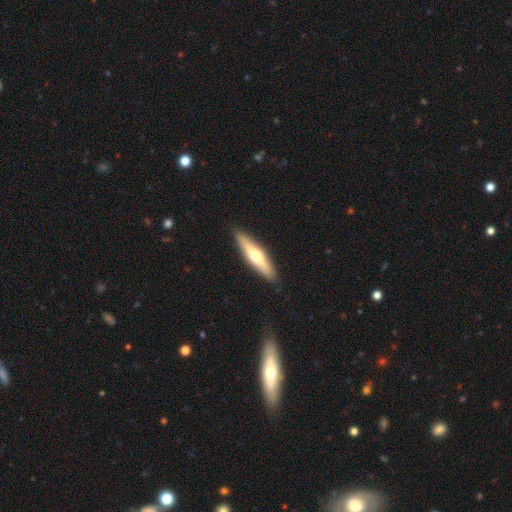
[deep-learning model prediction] A featured or disk galaxy (49%). Merging: none (90%).